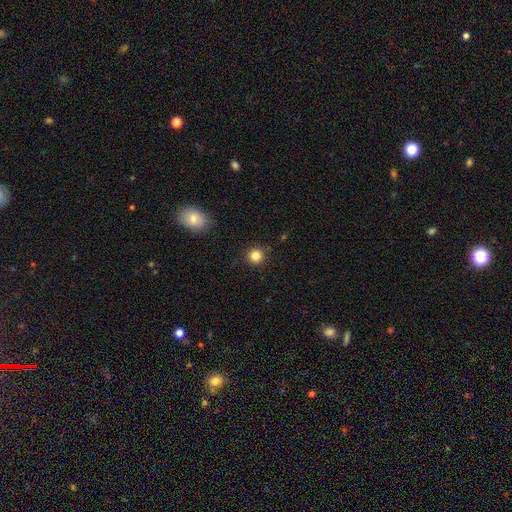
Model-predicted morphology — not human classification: Q: Smooth or featured?
A: smooth (84%); runner-up: star or artifact (12%)
Q: How rounded?
A: round (94%); runner-up: in between (5%)
Q: Merging?
A: none (91%); runner-up: minor disturbance (5%)